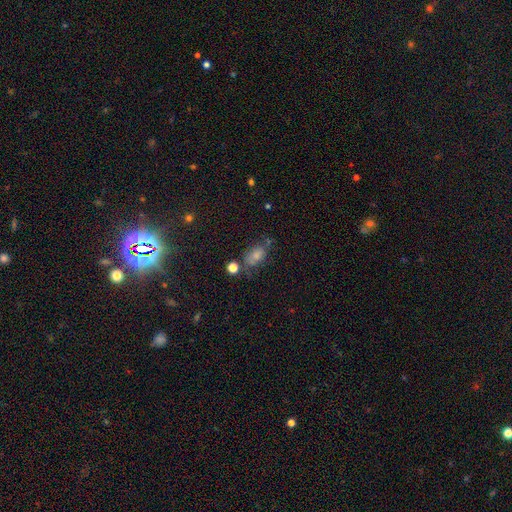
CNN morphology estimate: type=smooth (75%); roundness=in between (82%); merging=none (52%).